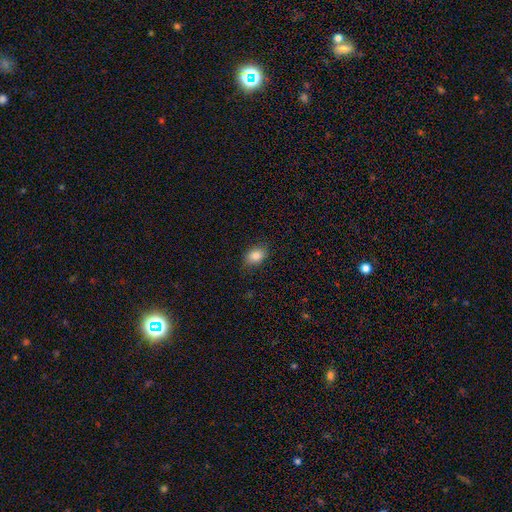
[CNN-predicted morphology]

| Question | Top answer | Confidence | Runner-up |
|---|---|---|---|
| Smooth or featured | smooth | 84% | star or artifact (9%) |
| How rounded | in between | 76% | round (22%) |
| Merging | none | 82% | minor disturbance (14%) |